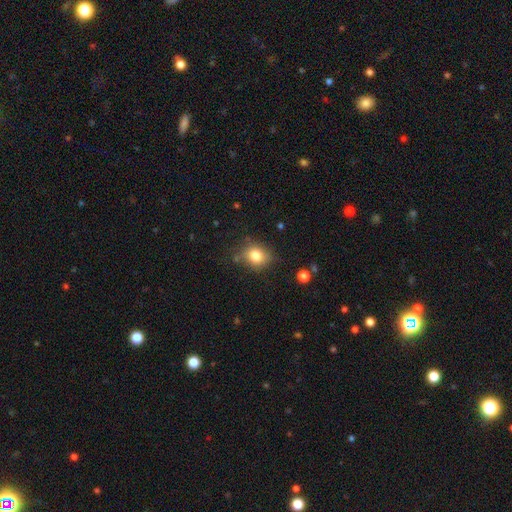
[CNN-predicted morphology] smooth_or_featured: smooth (p=0.80) [alt: star or artifact p=0.11]
how_rounded: round (p=0.64) [alt: in between p=0.35]
merging: none (p=0.76) [alt: minor disturbance p=0.16]